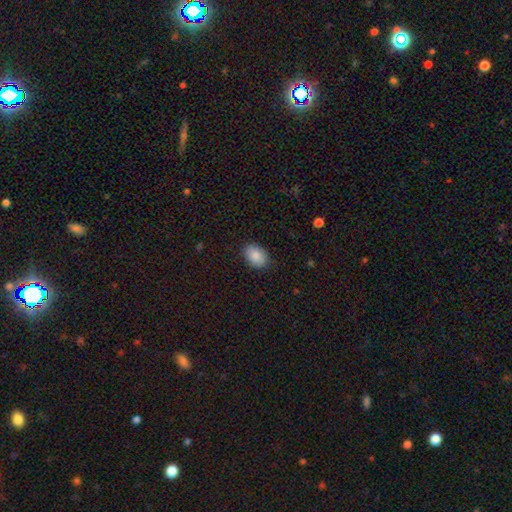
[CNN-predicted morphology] Smooth or featured? Predicted: smooth (p=0.87). How rounded? Predicted: in between (p=0.83). Merging? Predicted: none (p=0.86).